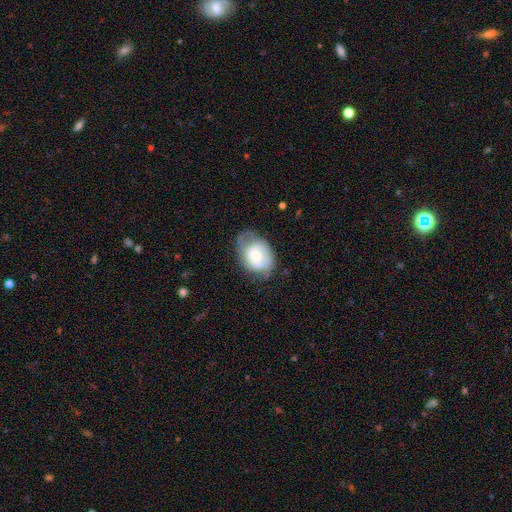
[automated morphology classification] smooth-or-featured: smooth: 50% | featured or disk: 43% | star or artifact: 7%
  how-rounded: in between: 67% | round: 32% | cigar-shaped: 1%
  merging: none: 45% | minor disturbance: 34% | major disturbance: 19% | merger: 2%